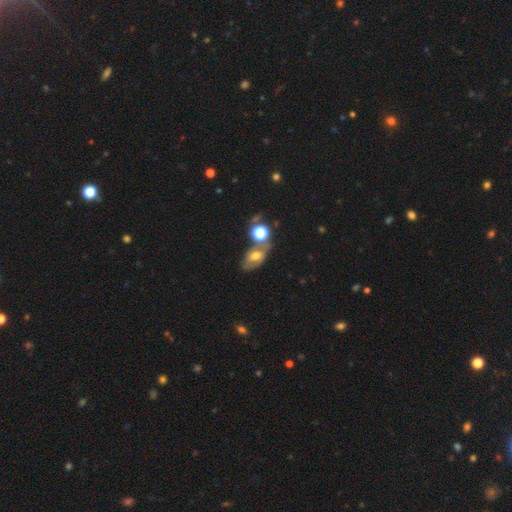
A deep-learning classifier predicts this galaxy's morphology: Overall: smooth (43%; featured or disk 41%). Merging: none (45%; merger 27%).